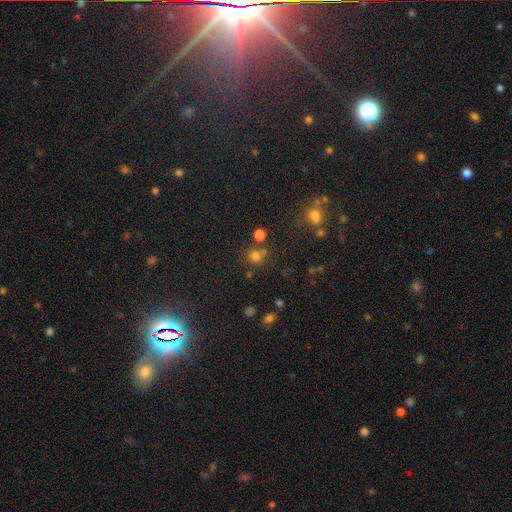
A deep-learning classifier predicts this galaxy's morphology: Smooth or featured? Predicted: smooth (p=0.69). How rounded? Predicted: round (p=0.87). Merging? Predicted: none (p=0.66).